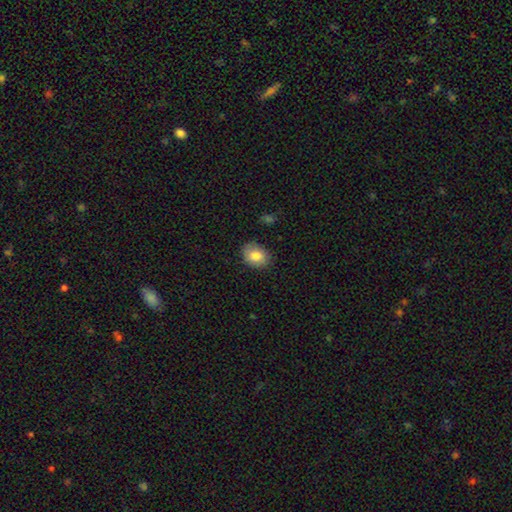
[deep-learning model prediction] This appears to be a smooth galaxy with no disk features (81%) that is in between round and cigar-shaped (61%). Merging: none (78%).